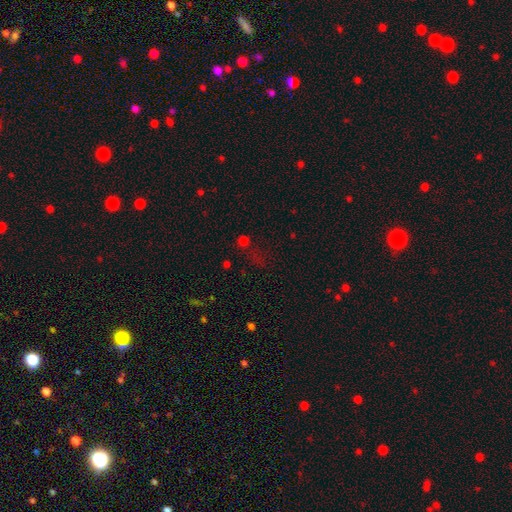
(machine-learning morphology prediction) The model was most divided on "smooth or featured": star or artifact: 59%, smooth: 30%, featured or disk: 10%.